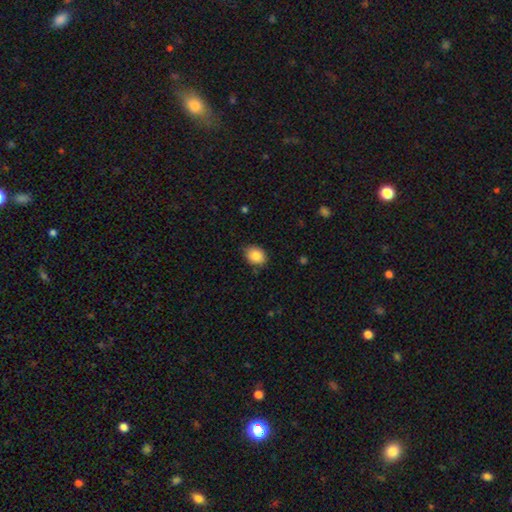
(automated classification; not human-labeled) This is clearly a smooth galaxy (86%). How rounded: possibly round (50%, tied with in between). Merging: clearly none (82%).